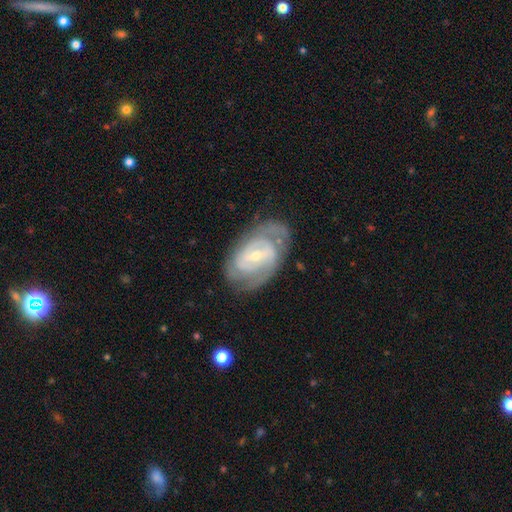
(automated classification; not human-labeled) A featured or disk galaxy (85%) with a weak bar (46%), 2 (48%) tight (59%) spiral arms (93%) and a small central bulge (66%).

Vote fractions:
- Smooth or featured? featured or disk: 85% / smooth: 10% / star or artifact: 5%
- Edge-on disk? no: 96% / yes: 4%
- Bar? weak: 46% / no: 29% / strong: 25%
- Spiral arms? yes: 93% / no: 7%
- Spiral winding? tight: 59% / medium: 33% / loose: 8%
- Spiral arm count? 2: 48% / can't tell: 26% / 3: 15% / 4: 5% / 1: 4% / more than 4: 3%
- Bulge size? small: 66% / moderate: 30% / large: 1% / none: 1% / dominant: 1%
- Merging? none: 70% / minor disturbance: 19% / major disturbance: 9% / merger: 2%